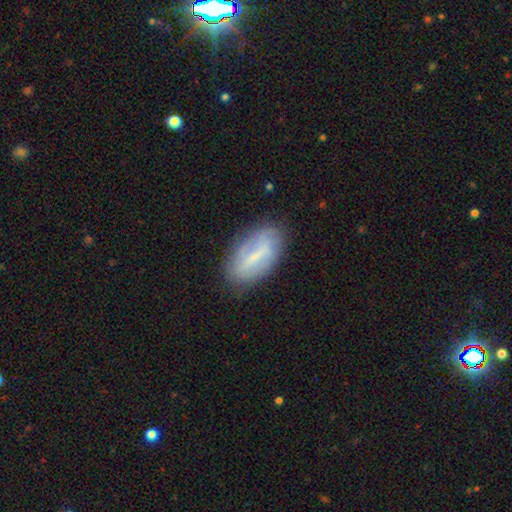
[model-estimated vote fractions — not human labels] Q: Smooth or featured?
A: featured or disk (53%); runner-up: smooth (39%)
Q: Edge-on disk?
A: no (86%); runner-up: yes (14%)
Q: Merging?
A: none (76%); runner-up: minor disturbance (18%)